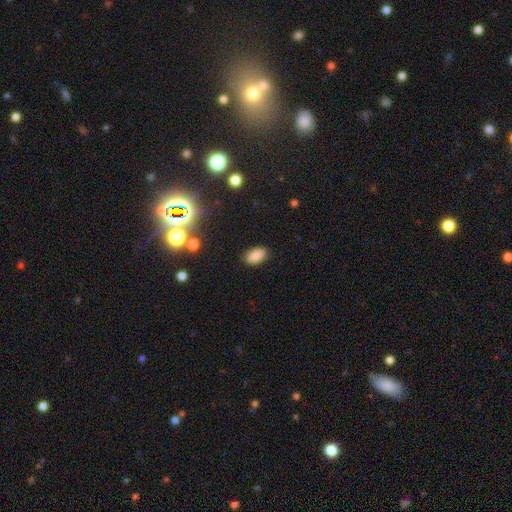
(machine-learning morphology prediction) Smooth or featured?
  - smooth: 81% *
  - star or artifact: 12%
  - featured or disk: 7%
How rounded?
  - in between: 92% *
  - round: 7%
  - cigar-shaped: 2%
Merging?
  - none: 87% *
  - minor disturbance: 9%
  - major disturbance: 3%
  - merger: 1%